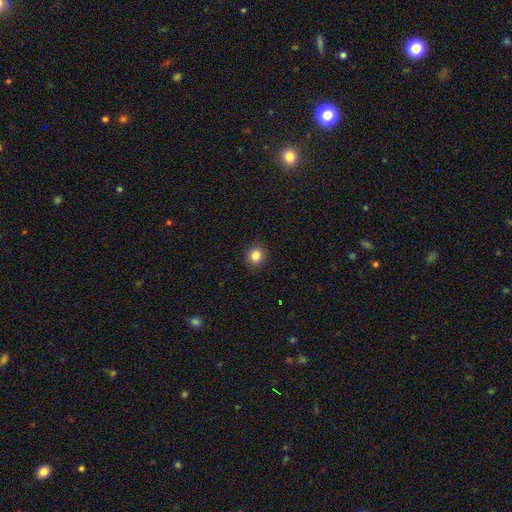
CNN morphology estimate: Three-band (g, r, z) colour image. It shows a smooth galaxy with no disk features (85%) that is round (87%). Merging: none (91%).